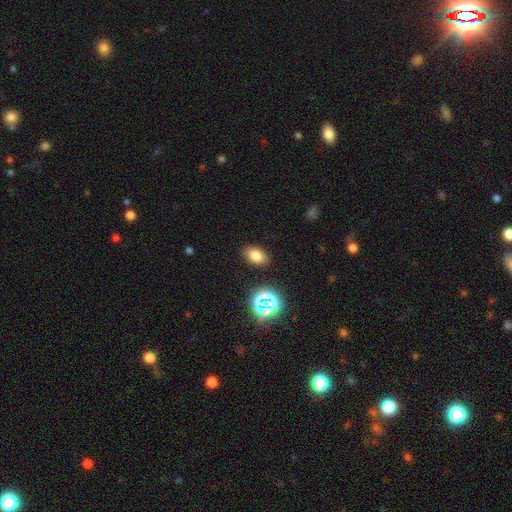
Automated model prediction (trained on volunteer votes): This is likely a smooth galaxy (75%). How rounded: clearly in between (83%). Merging: clearly none (87%).